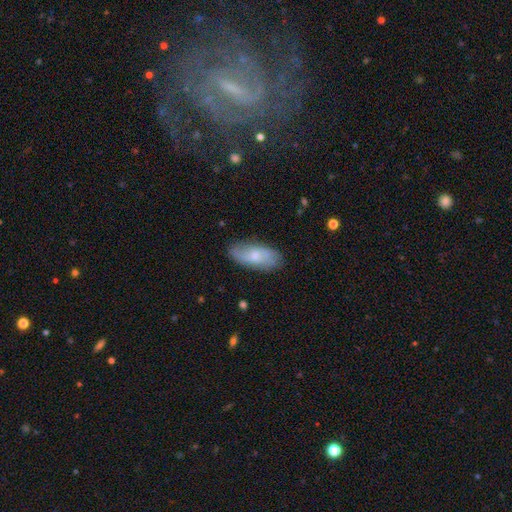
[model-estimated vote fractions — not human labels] Morphology: type=smooth (62%); roundness=in between (85%); merging=none (80%).